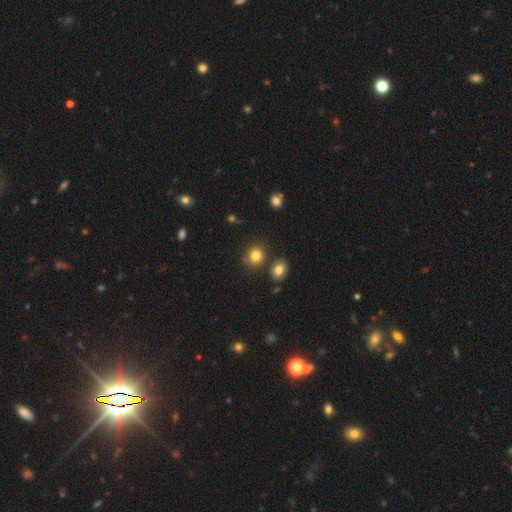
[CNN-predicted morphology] Smooth or featured? Predicted: smooth (p=0.82). How rounded? Predicted: round (p=0.68). Merging? Predicted: none (p=0.74).